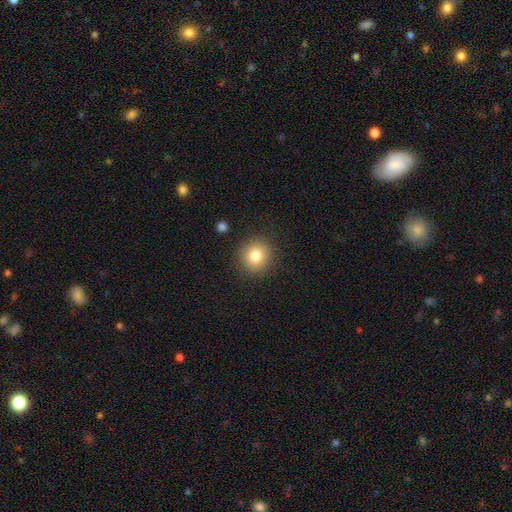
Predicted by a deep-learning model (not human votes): Overall: smooth (81%). How rounded: round (89%). Merging: none (88%).